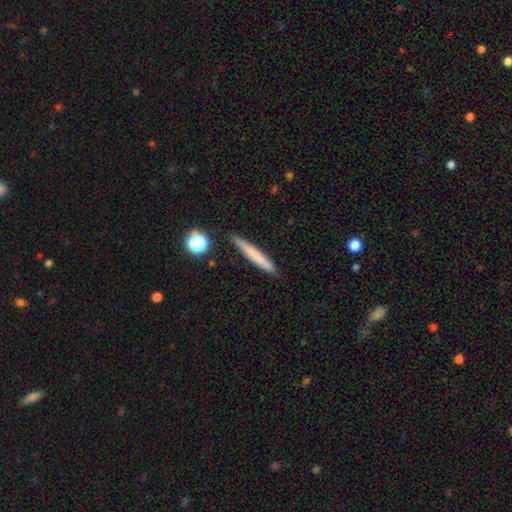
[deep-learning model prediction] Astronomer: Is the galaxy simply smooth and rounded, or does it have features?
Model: smooth — 67%.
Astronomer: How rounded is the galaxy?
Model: cigar-shaped — 95%.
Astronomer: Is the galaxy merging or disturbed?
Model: none — 86%.